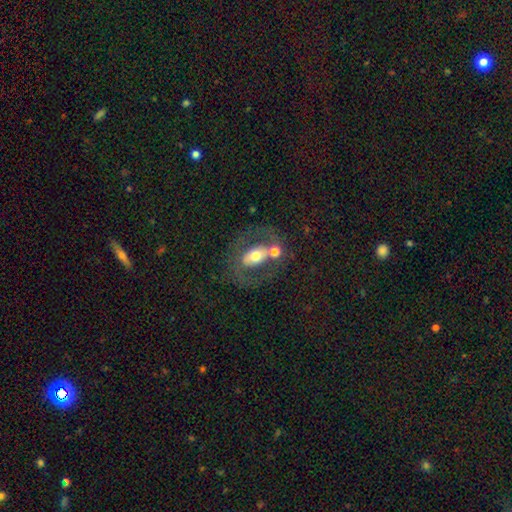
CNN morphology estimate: Smooth or featured? featured or disk (49%)
Merging? none (52%)